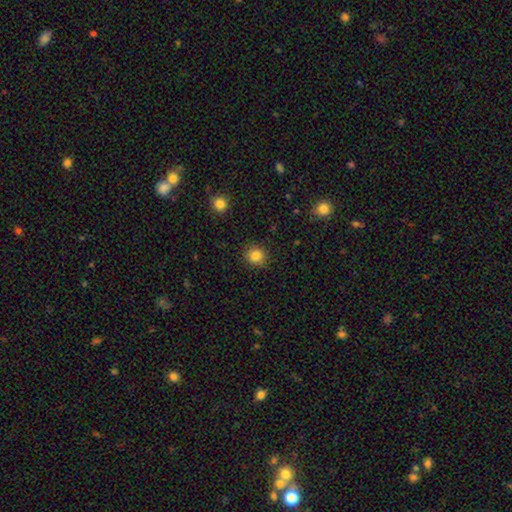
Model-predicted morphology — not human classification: smooth-or-featured: smooth: 84% | star or artifact: 11% | featured or disk: 5%
  how-rounded: round: 89% | in between: 10% | cigar-shaped: 1%
  merging: none: 90% | minor disturbance: 7% | major disturbance: 2% | merger: 1%